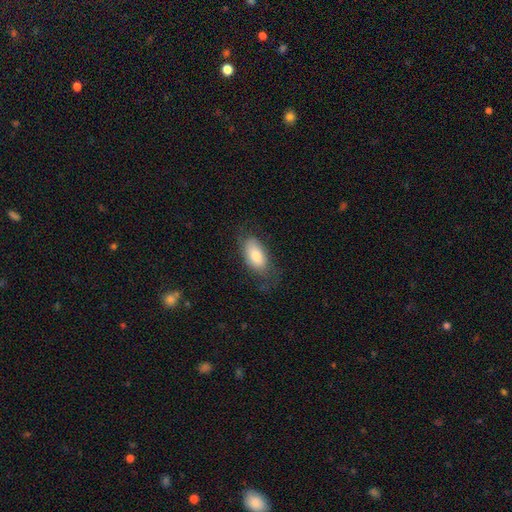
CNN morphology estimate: A smooth galaxy with no disk features (71%) that is in between round and cigar-shaped (91%). Merging: none (65%).